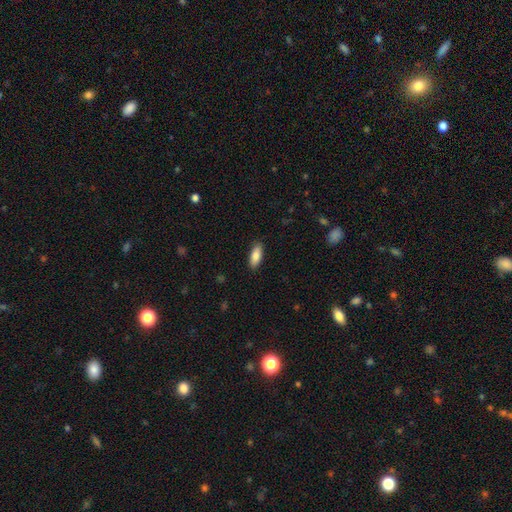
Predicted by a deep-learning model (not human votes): This is clearly a smooth galaxy (85%). How rounded: likely in between (76%). Merging: clearly none (89%).